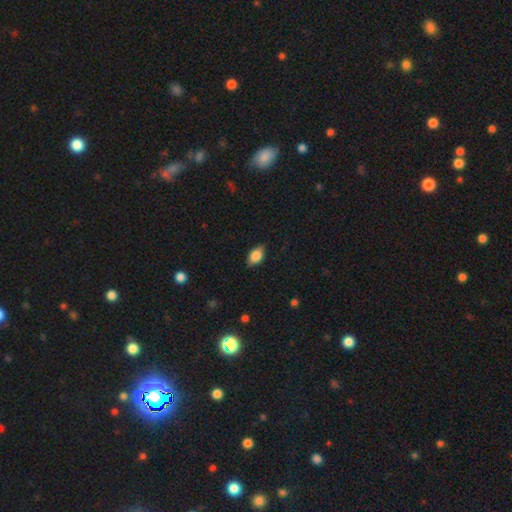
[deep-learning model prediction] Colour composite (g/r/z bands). It shows a smooth galaxy with no disk features (80%) that is in between round and cigar-shaped (87%). Merging: none (81%).